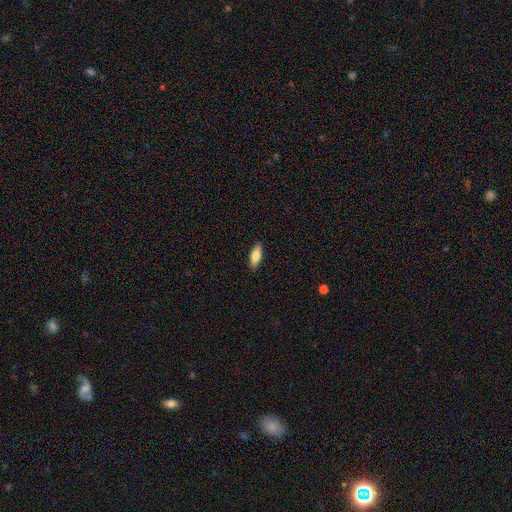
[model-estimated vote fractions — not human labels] smooth_or_featured: smooth (p=0.73) [alt: featured or disk p=0.21]
how_rounded: in between (p=0.61) [alt: cigar-shaped p=0.37]
merging: none (p=0.89) [alt: minor disturbance p=0.08]